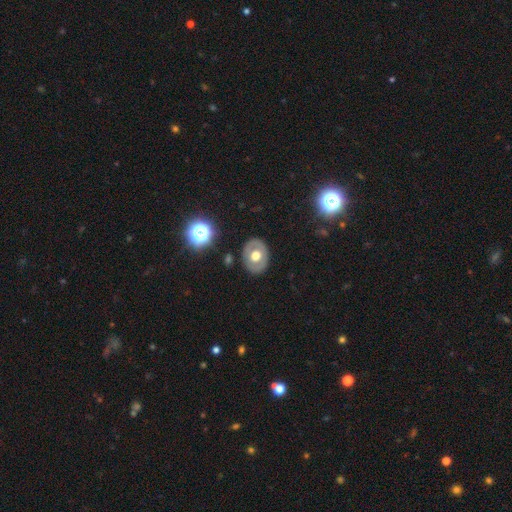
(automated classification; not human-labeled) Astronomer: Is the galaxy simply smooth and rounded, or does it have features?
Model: smooth — 46%, tied with featured or disk at 46%.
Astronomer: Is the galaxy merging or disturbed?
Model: none — 85%.